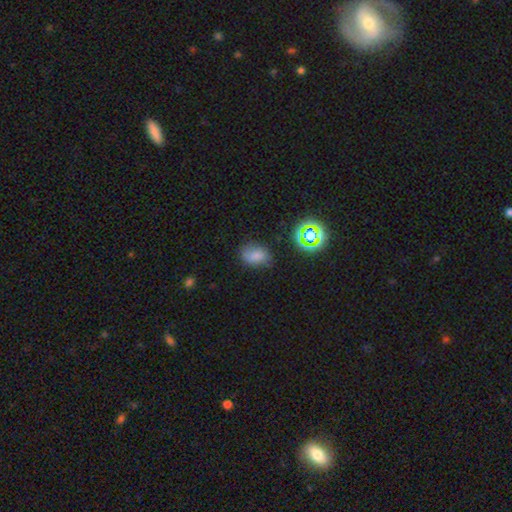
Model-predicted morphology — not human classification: smooth 71%, star or artifact 17%, featured or disk 12%. Down the decision tree: how rounded — in between (74%); merging — none (63%).